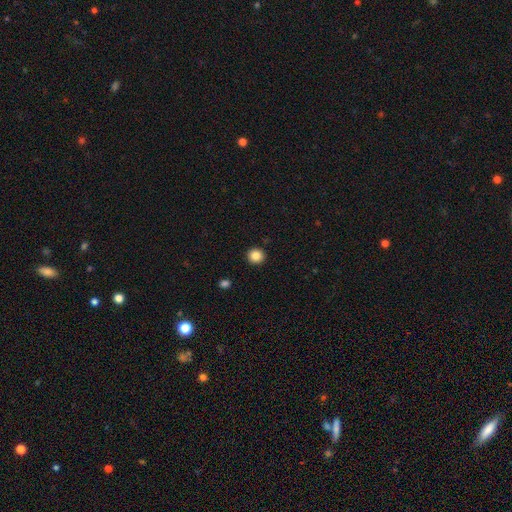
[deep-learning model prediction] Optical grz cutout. It shows a smooth galaxy with no disk features (85%) that is round (93%). Merging: none (92%).